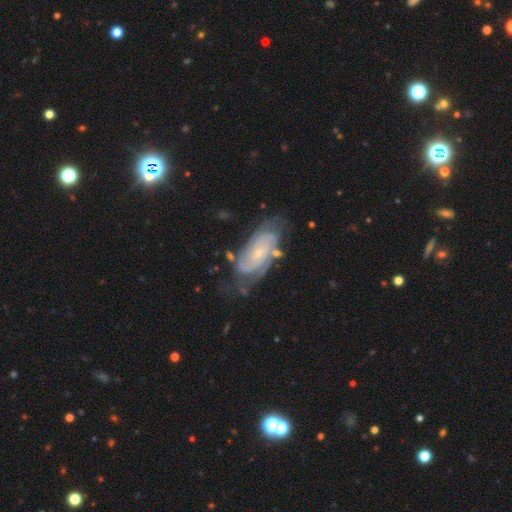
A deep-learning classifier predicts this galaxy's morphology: smooth_or_featured: featured or disk (p=0.77) [alt: smooth p=0.13]
disk_edge_on: no (p=0.92) [alt: yes p=0.08]
bar: no (p=0.69) [alt: weak p=0.25]
has_spiral_arms: yes (p=0.92) [alt: no p=0.08]
spiral_winding: tight (p=0.59) [alt: medium p=0.31]
spiral_arm_count: can't tell (p=0.41) [alt: 2 p=0.28]
bulge_size: small (p=0.75) [alt: moderate p=0.19]
merging: none (p=0.70) [alt: minor disturbance p=0.20]